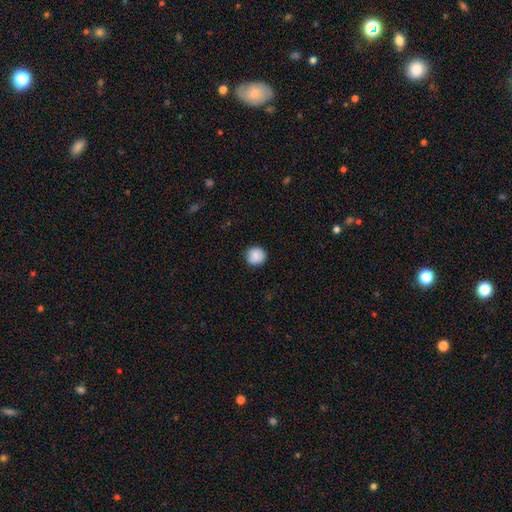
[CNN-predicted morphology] This appears to be a smooth galaxy with no disk features (89%) that is round (93%). Merging: none (90%).